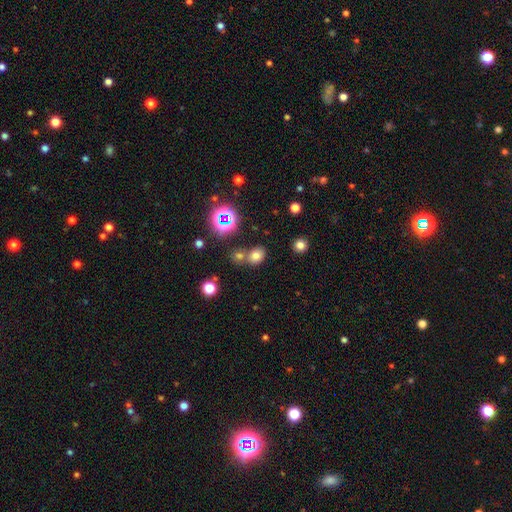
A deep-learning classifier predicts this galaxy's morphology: The model was most divided on "how rounded": in between: 60%, round: 39%, cigar-shaped: 1%. More confident: smooth or featured — smooth (68%); merging — none (62%).